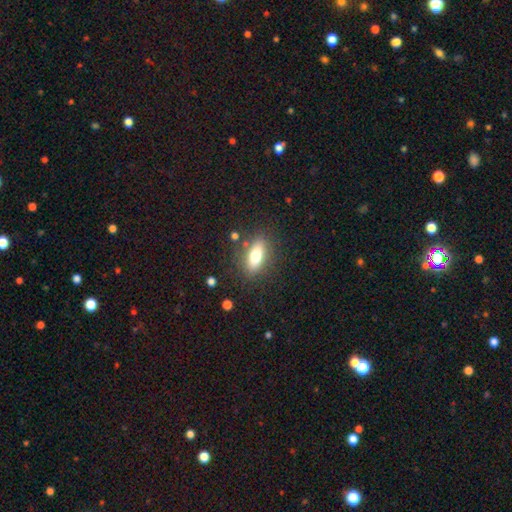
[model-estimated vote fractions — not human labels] The model was most divided on "smooth or featured": smooth: 70%, featured or disk: 22%, star or artifact: 8%. More confident: merging — none (82%); how rounded — in between (74%).